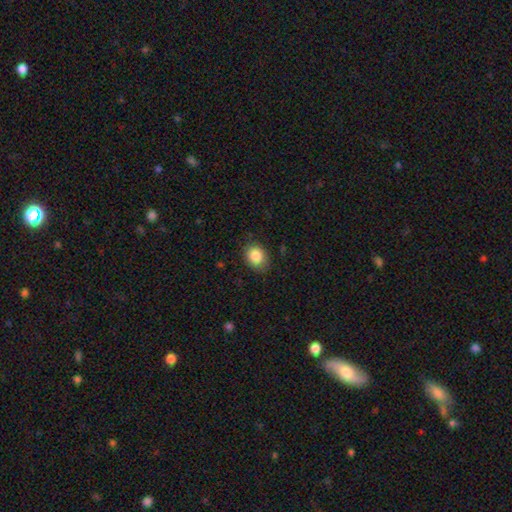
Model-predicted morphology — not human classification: This is clearly a smooth galaxy (86%). How rounded: possibly in between (60%). Merging: likely none (79%).